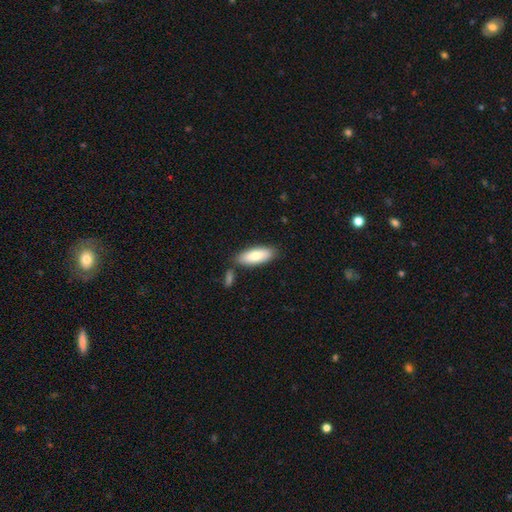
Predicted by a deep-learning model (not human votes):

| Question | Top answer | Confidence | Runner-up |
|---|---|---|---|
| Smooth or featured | smooth | 75% | featured or disk (19%) |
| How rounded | in between | 76% | cigar-shaped (22%) |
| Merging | none | 78% | minor disturbance (11%) |